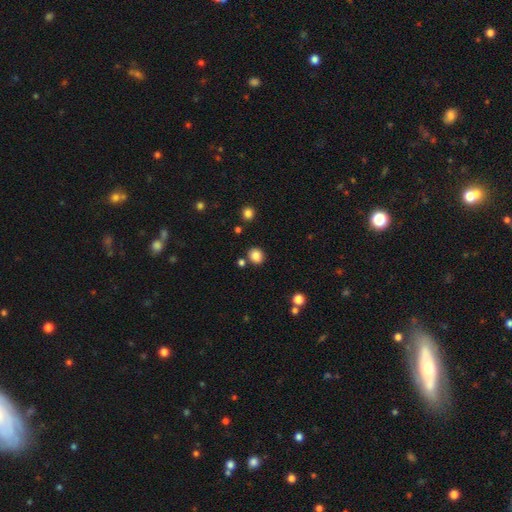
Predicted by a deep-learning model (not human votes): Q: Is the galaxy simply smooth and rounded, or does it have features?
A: smooth — 84%.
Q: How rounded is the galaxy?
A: round — 74%.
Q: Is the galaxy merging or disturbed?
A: none — 83%.